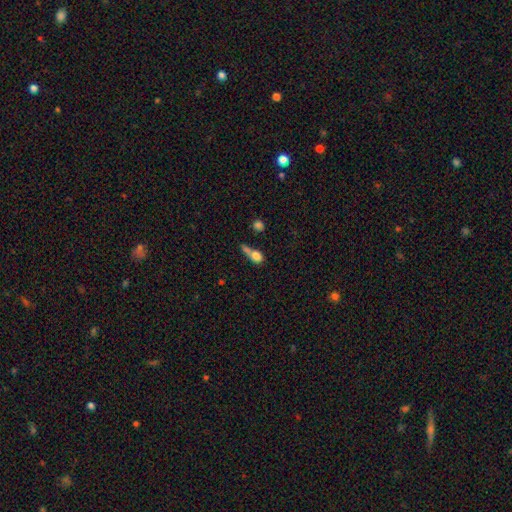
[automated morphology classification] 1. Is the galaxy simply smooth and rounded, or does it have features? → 74% smooth, 16% featured or disk, 11% star or artifact.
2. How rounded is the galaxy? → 52% in between, 39% round, 10% cigar-shaped.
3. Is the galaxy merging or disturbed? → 39% merger, 28% none, 17% major disturbance, 16% minor disturbance.